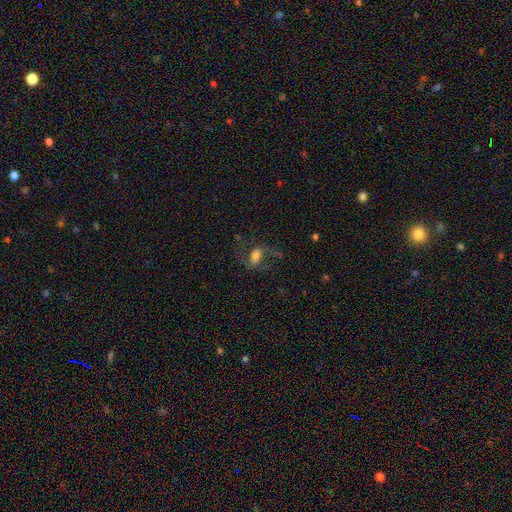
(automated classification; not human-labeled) Smooth or featured?
  - featured or disk: 50% *
  - smooth: 38%
  - star or artifact: 12%
Edge-on disk?
  - no: 93% *
  - yes: 7%
Merging?
  - none: 58% *
  - major disturbance: 24%
  - minor disturbance: 17%
  - merger: 2%